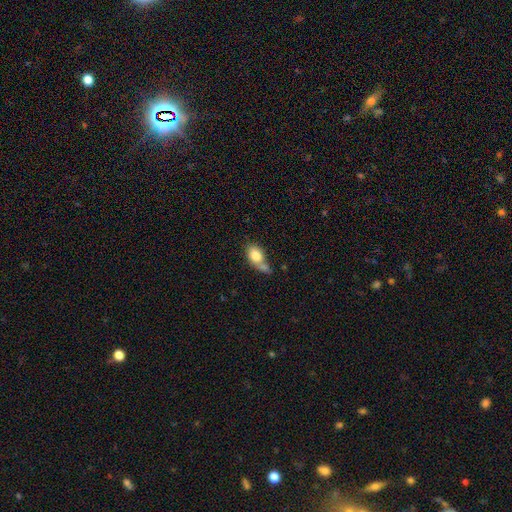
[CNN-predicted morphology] smooth 78%, featured or disk 14%, star or artifact 8%. Down the decision tree: how rounded — in between (78%); merging — none (33%).